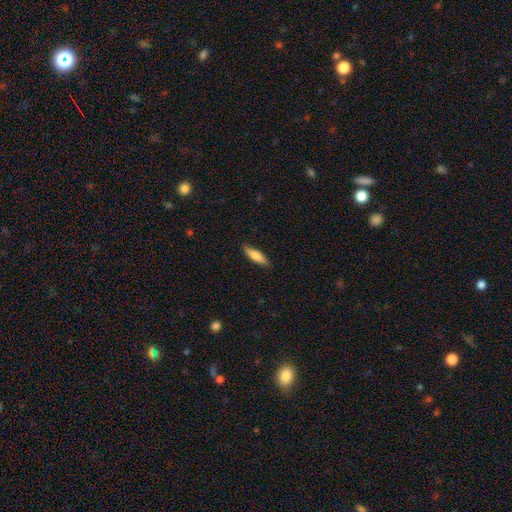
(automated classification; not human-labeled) The model was most divided on "how rounded": cigar-shaped: 62%, in between: 36%, round: 2%. More confident: merging — none (87%); smooth or featured — smooth (76%).